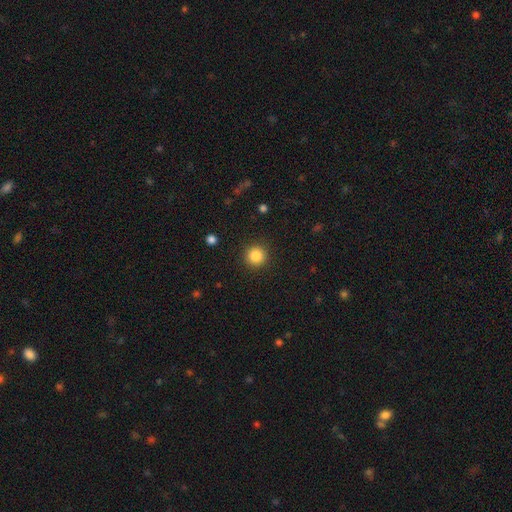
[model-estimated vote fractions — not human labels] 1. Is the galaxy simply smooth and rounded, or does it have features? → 86% smooth, 10% star or artifact, 4% featured or disk.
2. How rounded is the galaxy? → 95% round, 4% in between, 1% cigar-shaped.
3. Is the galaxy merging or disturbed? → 91% none, 6% minor disturbance, 2% major disturbance, 1% merger.